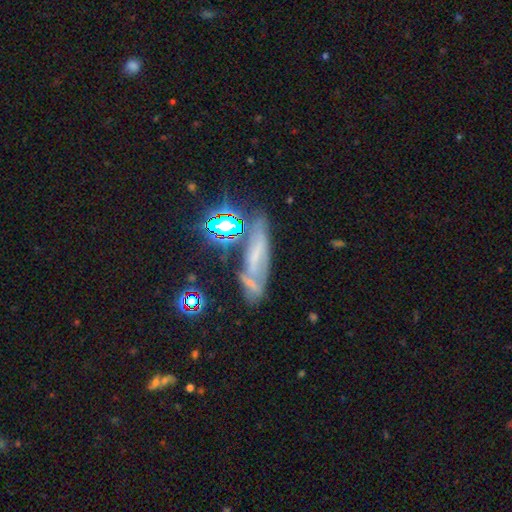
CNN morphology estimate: This is marginally a featured or disk galaxy (42%). Merging: possibly none (54%).